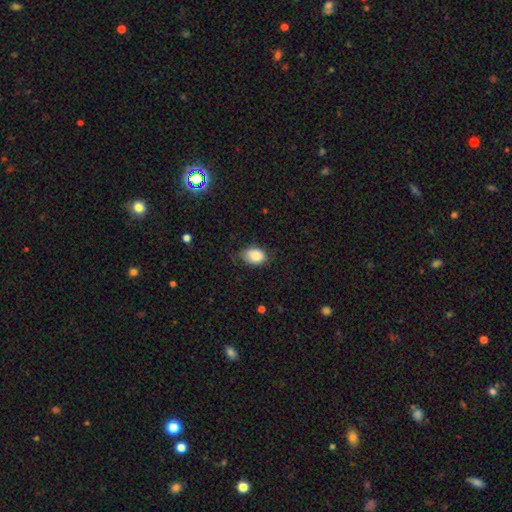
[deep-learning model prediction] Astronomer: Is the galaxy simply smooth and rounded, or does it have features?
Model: smooth — 86%.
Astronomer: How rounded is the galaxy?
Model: in between — 79%.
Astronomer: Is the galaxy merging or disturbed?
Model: none — 67%.